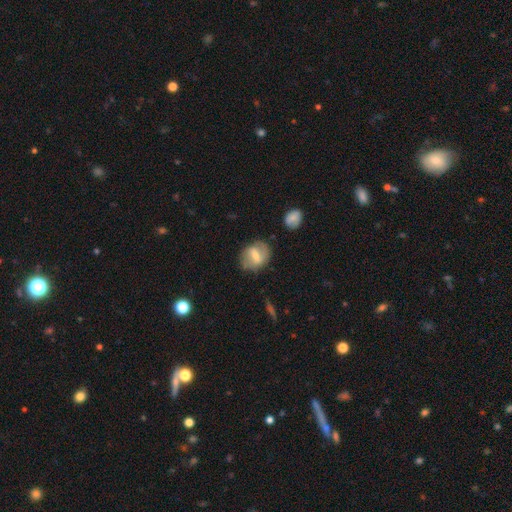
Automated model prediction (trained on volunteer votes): This appears to be a featured or disk galaxy (46%, tied with smooth). Merging: none (69%).